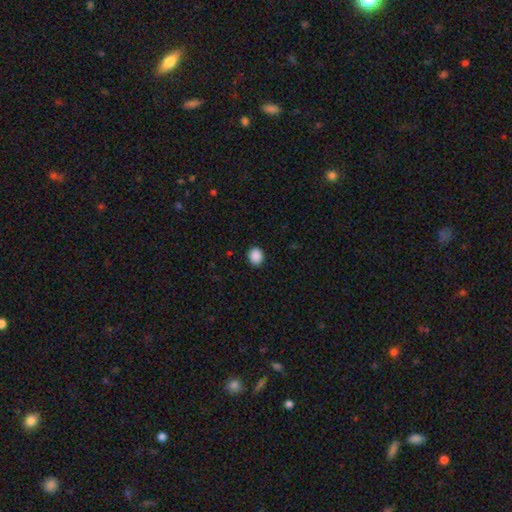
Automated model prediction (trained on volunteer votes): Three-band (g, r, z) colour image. It shows a smooth galaxy with no disk features (89%) that is round (73%). Merging: none (91%).